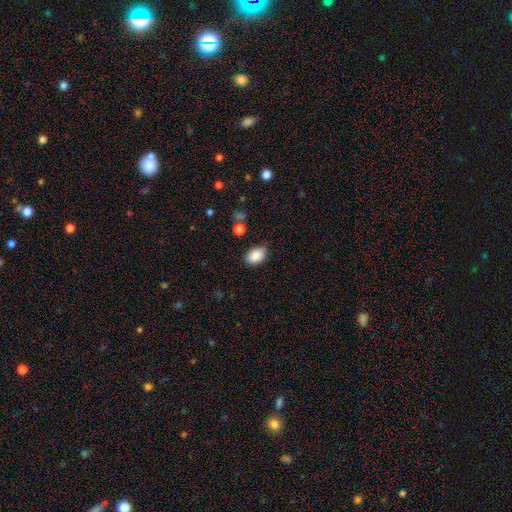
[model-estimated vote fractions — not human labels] Smooth or featured? Predicted: smooth (p=0.87). How rounded? Predicted: in between (p=0.85). Merging? Predicted: none (p=0.79).